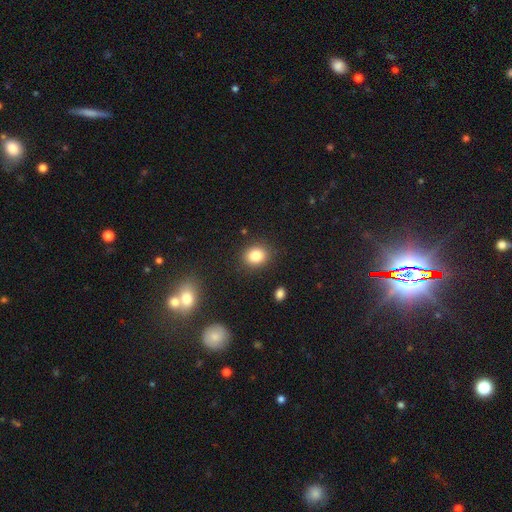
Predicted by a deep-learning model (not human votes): smooth 85%, star or artifact 10%, featured or disk 5%. Down the decision tree: how rounded — round (63%); merging — none (88%).